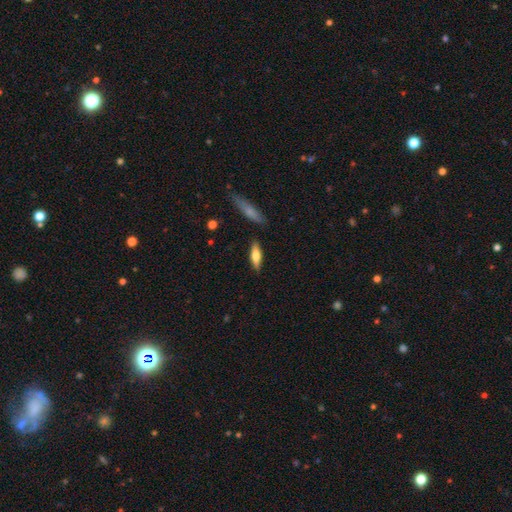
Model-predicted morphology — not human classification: A smooth galaxy with no disk features (65%) that is cigar-shaped (55%).

Vote fractions:
- Smooth or featured? smooth: 65% / featured or disk: 29% / star or artifact: 6%
- How rounded? cigar-shaped: 55% / in between: 43% / round: 2%
- Merging? none: 85% / minor disturbance: 10% / merger: 3% / major disturbance: 2%